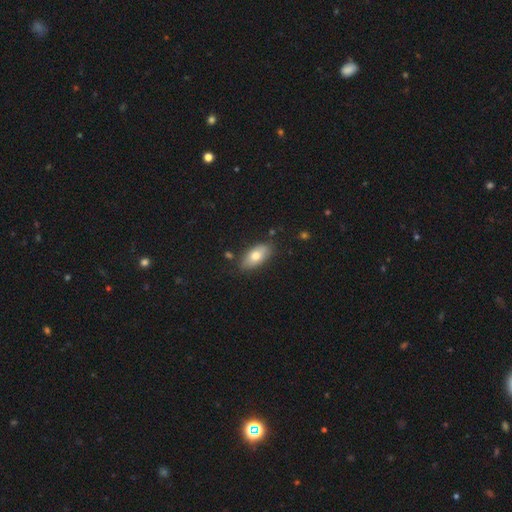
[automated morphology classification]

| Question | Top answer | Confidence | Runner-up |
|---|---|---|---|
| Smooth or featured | smooth | 73% | featured or disk (20%) |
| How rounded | in between | 89% | cigar-shaped (7%) |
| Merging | none | 82% | minor disturbance (13%) |